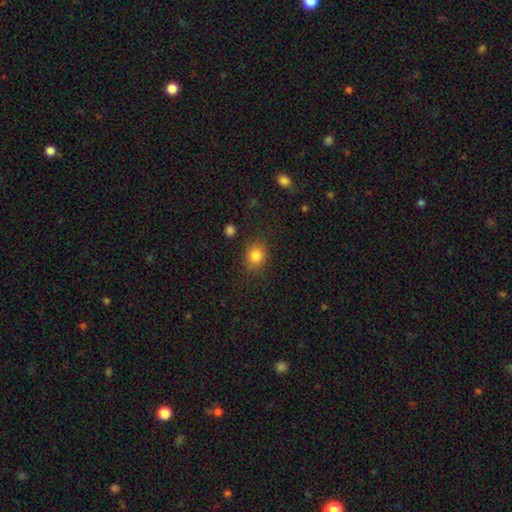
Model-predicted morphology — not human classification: The model was most divided on "how rounded": round: 65%, in between: 34%, cigar-shaped: 1%. More confident: smooth or featured — smooth (84%); merging — none (80%).